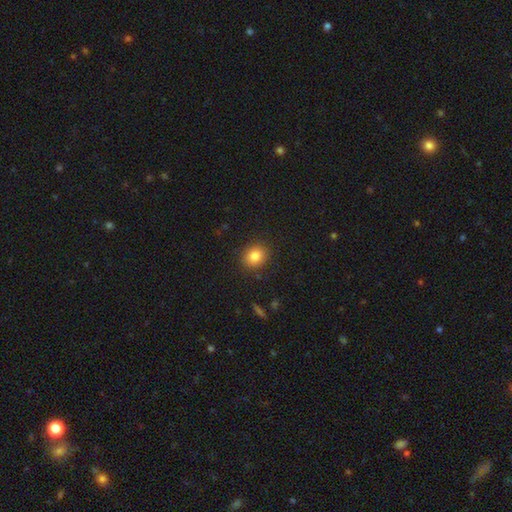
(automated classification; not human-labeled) Smooth or featured? smooth (83%)
How rounded? round (69%)
Merging? none (89%)